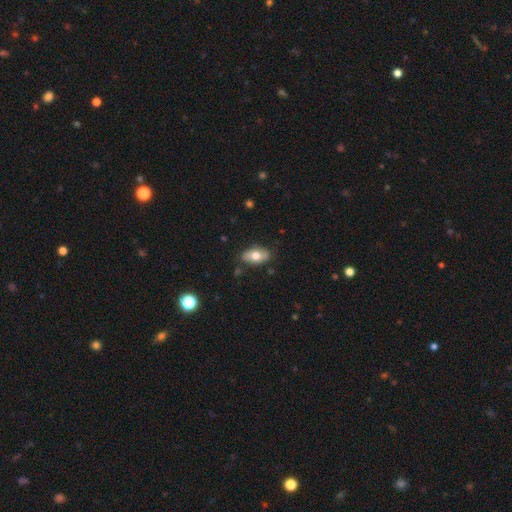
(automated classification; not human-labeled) Morphology: type=smooth (69%); roundness=in between (91%); merging=none (82%).